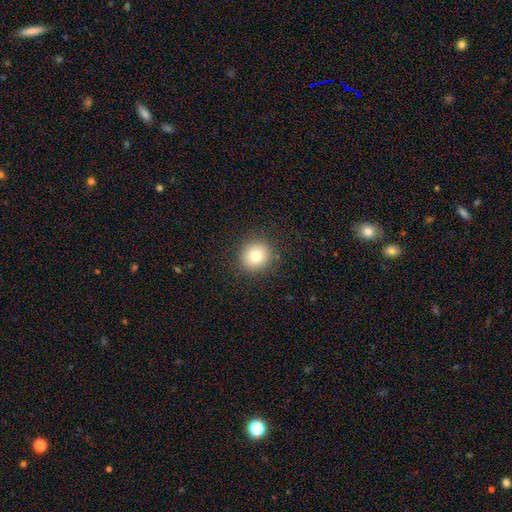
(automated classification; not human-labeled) Morphology: type=smooth (78%); roundness=round (92%); merging=none (90%).